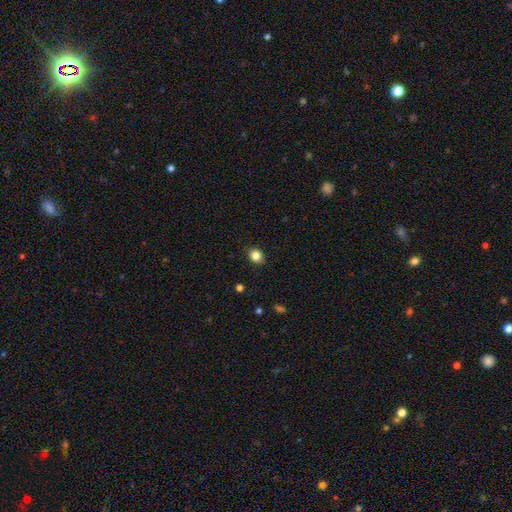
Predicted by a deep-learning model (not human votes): smooth-or-featured: smooth: 85% | star or artifact: 11% | featured or disk: 5%
  how-rounded: round: 55% | in between: 44% | cigar-shaped: 1%
  merging: none: 89% | minor disturbance: 8% | major disturbance: 2% | merger: 1%